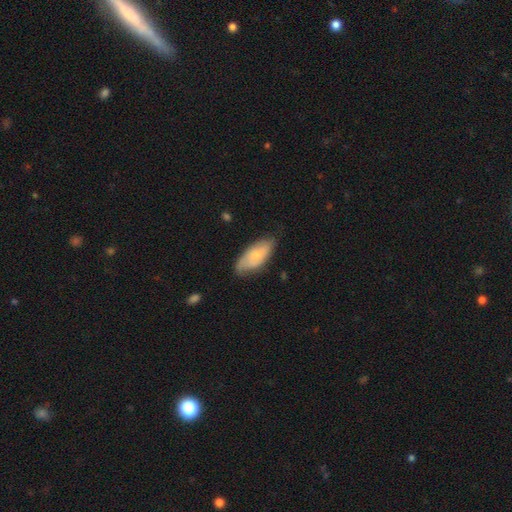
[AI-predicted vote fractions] Smooth or featured: smooth — 54% (featured or disk — 40%)
How rounded: in between — 86% (cigar-shaped — 11%)
Merging: none — 65% (minor disturbance — 27%)